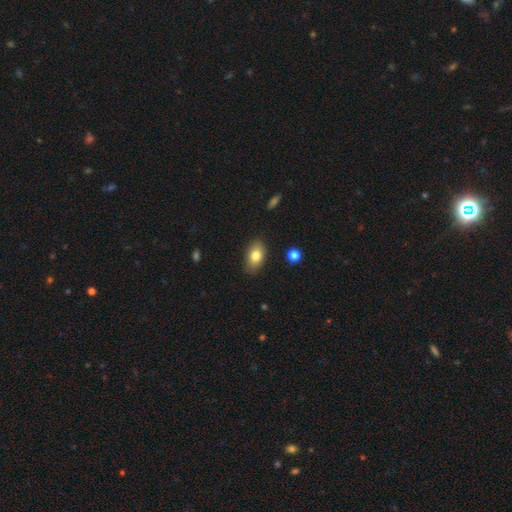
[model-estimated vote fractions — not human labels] smooth-or-featured: smooth: 80% | featured or disk: 12% | star or artifact: 8%
  how-rounded: in between: 89% | round: 9% | cigar-shaped: 2%
  merging: none: 85% | minor disturbance: 11% | major disturbance: 2% | merger: 1%